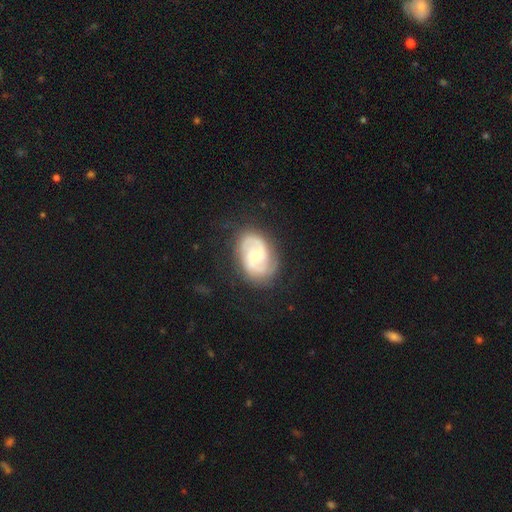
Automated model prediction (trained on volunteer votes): smooth_or_featured: featured or disk (p=0.83) [alt: smooth p=0.12]
disk_edge_on: no (p=0.97) [alt: yes p=0.03]
bar: no (p=0.59) [alt: weak p=0.35]
has_spiral_arms: yes (p=0.96) [alt: no p=0.04]
spiral_winding: medium (p=0.47) [alt: tight p=0.39]
spiral_arm_count: 2 (p=0.82) [alt: can't tell p=0.08]
bulge_size: moderate (p=0.54) [alt: small p=0.39]
merging: none (p=0.79) [alt: minor disturbance p=0.14]